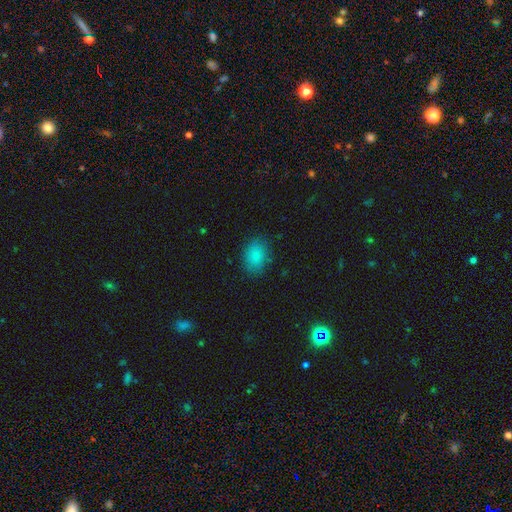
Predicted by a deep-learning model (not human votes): Smooth or featured?
  - smooth: 85% *
  - star or artifact: 9%
  - featured or disk: 6%
How rounded?
  - in between: 78% *
  - round: 21%
  - cigar-shaped: 1%
Merging?
  - none: 82% *
  - minor disturbance: 13%
  - major disturbance: 4%
  - merger: 1%